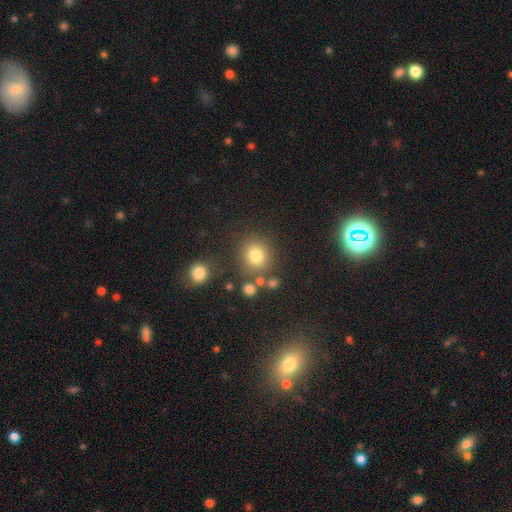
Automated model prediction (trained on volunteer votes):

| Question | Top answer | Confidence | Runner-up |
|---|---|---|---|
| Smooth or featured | smooth | 78% | star or artifact (15%) |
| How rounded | round | 85% | in between (14%) |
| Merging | none | 75% | minor disturbance (11%) |